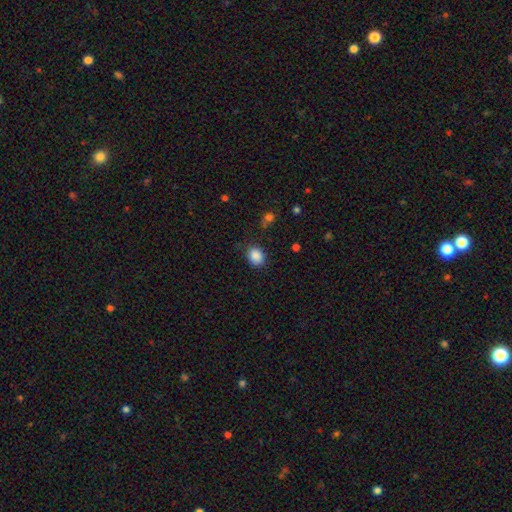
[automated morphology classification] The model was most divided on "how rounded": in between: 51%, round: 48%, cigar-shaped: 1%. More confident: smooth or featured — smooth (87%); merging — none (82%).